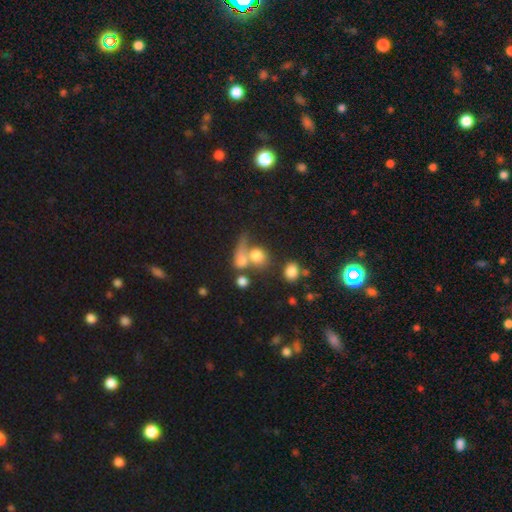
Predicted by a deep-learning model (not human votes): Smooth or featured: smooth — 71% (featured or disk — 17%)
How rounded: round — 61% (in between — 35%)
Merging: merger — 49% (none — 25%)